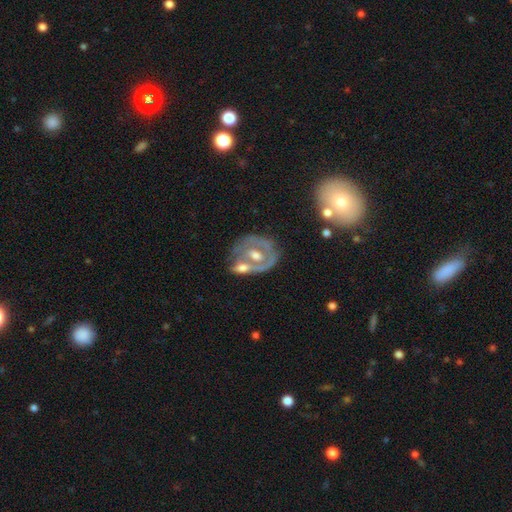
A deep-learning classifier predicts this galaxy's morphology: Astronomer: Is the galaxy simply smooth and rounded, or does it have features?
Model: featured or disk — 73%.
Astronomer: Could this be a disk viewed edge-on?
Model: no — 95%.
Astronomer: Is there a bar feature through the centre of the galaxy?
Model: no — 56%.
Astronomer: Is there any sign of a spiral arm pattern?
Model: no — 51% (runner-up: yes, 49%).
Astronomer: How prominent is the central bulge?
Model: moderate — 70%.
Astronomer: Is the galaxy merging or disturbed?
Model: none — 40% (runner-up: merger, 33%).